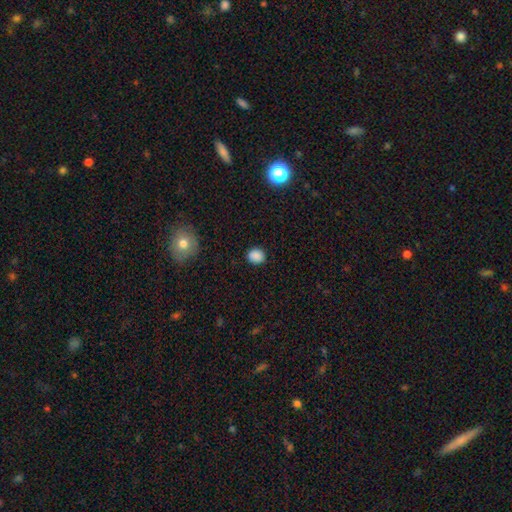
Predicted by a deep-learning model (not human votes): Smooth or featured?
  - smooth: 86% *
  - star or artifact: 11%
  - featured or disk: 4%
How rounded?
  - round: 71% *
  - in between: 28%
  - cigar-shaped: 1%
Merging?
  - none: 88% *
  - minor disturbance: 9%
  - major disturbance: 2%
  - merger: 1%